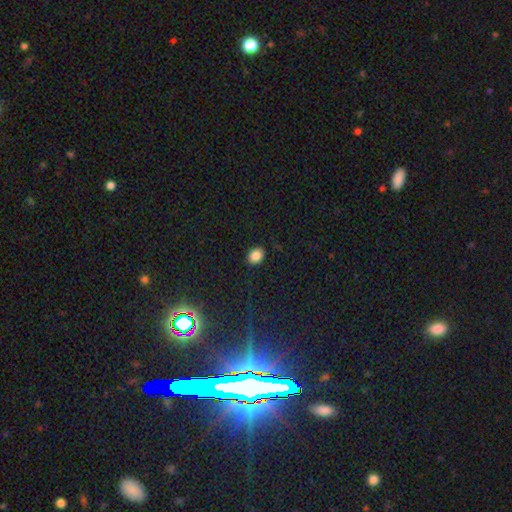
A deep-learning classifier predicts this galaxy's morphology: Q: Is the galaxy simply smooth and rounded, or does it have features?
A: smooth — 85%.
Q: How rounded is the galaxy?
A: in between — 56%.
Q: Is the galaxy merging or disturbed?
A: none — 88%.